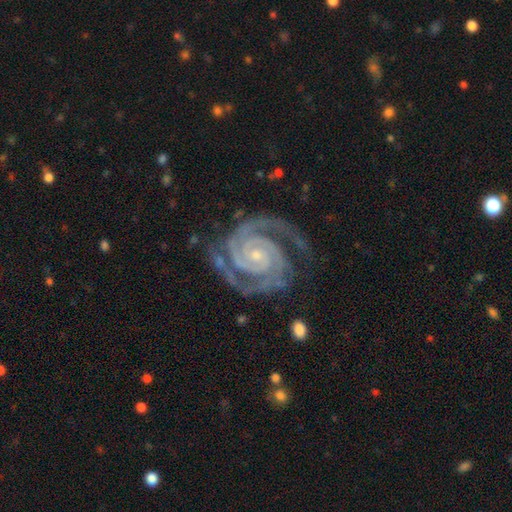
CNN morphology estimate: Q: Smooth or featured?
A: featured or disk (94%); runner-up: star or artifact (4%)
Q: Edge-on disk?
A: no (98%); runner-up: yes (2%)
Q: Bar?
A: no (63%); runner-up: weak (23%)
Q: Spiral arms?
A: yes (99%); runner-up: no (1%)
Q: Spiral winding?
A: tight (79%); runner-up: medium (19%)
Q: Spiral arm count?
A: 2 (80%); runner-up: 3 (11%)
Q: Bulge size?
A: small (77%); runner-up: moderate (19%)
Q: Merging?
A: none (76%); runner-up: minor disturbance (17%)